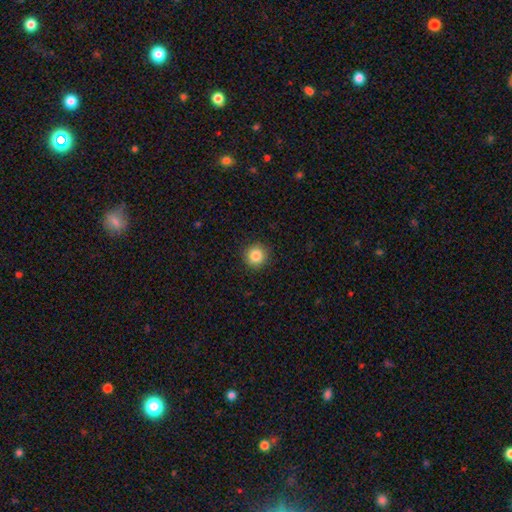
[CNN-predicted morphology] Smooth or featured?
  - smooth: 85% *
  - star or artifact: 10%
  - featured or disk: 5%
How rounded?
  - round: 95% *
  - in between: 4%
  - cigar-shaped: 1%
Merging?
  - none: 92% *
  - minor disturbance: 5%
  - major disturbance: 2%
  - merger: 1%